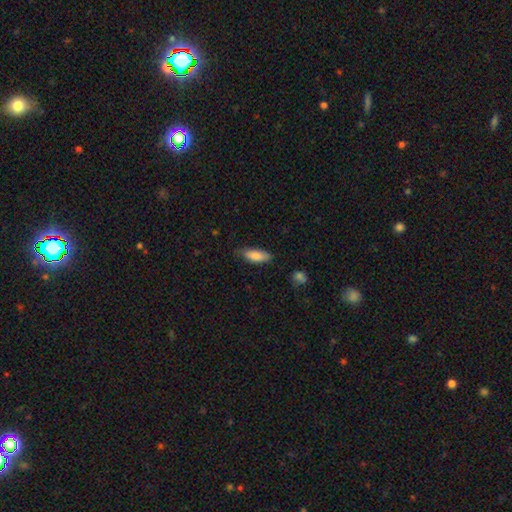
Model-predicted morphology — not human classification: Smooth or featured? smooth (85%)
How rounded? in between (73%)
Merging? none (73%)